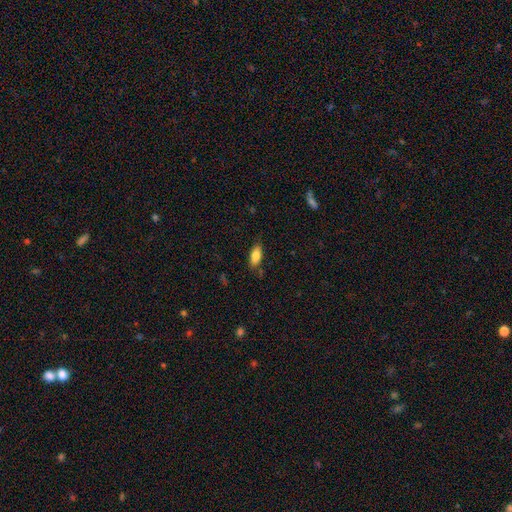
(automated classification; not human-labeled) Smooth or featured? Predicted: smooth (p=0.81). How rounded? Predicted: in between (p=0.84). Merging? Predicted: none (p=0.77).